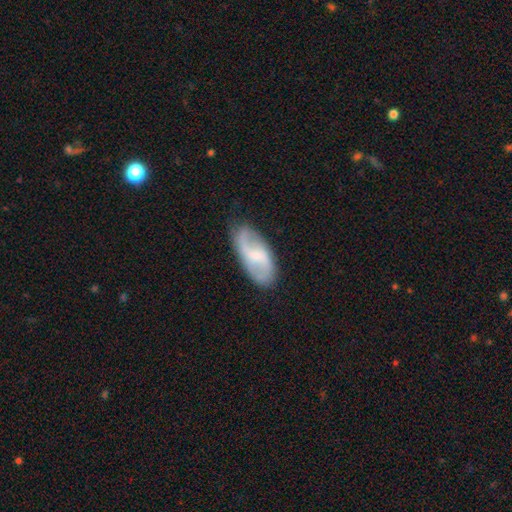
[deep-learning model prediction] smooth_or_featured: featured or disk (p=0.67) [alt: smooth p=0.26]
disk_edge_on: no (p=0.94) [alt: yes p=0.06]
bar: weak (p=0.54) [alt: no p=0.24]
has_spiral_arms: yes (p=0.88) [alt: no p=0.12]
spiral_winding: loose (p=0.59) [alt: medium p=0.31]
spiral_arm_count: 2 (p=0.85) [alt: can't tell p=0.08]
bulge_size: small (p=0.47) [alt: moderate p=0.27]
merging: none (p=0.77) [alt: minor disturbance p=0.17]